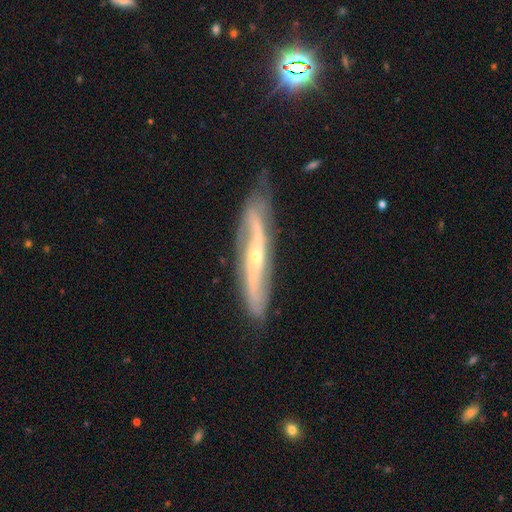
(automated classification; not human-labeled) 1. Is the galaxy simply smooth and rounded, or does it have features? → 84% featured or disk, 10% smooth, 6% star or artifact.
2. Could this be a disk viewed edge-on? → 60% no, 40% yes.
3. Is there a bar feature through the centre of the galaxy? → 45% no, 28% strong, 27% weak.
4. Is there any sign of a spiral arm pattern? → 91% yes, 9% no.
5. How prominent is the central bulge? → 68% small, 28% moderate, 1% none, 1% large, 1% dominant.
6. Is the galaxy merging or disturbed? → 72% none, 21% minor disturbance, 5% major disturbance, 2% merger.